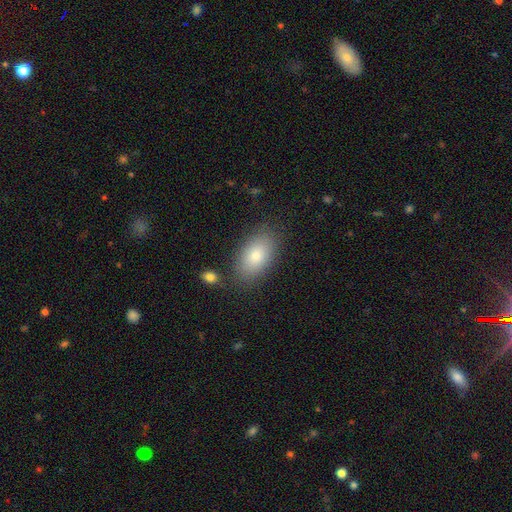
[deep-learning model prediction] This appears to be a smooth galaxy with no disk features (81%) that is in between round and cigar-shaped (92%). Merging: none (83%).